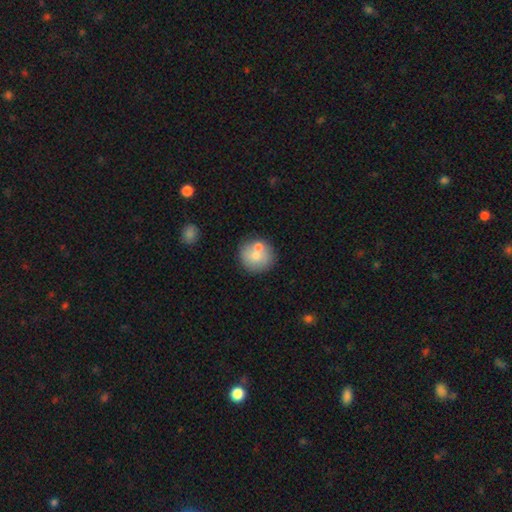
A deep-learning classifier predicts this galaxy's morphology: Smooth or featured: smooth — 70% (featured or disk — 22%)
How rounded: round — 89% (in between — 10%)
Merging: none — 63% (merger — 23%)